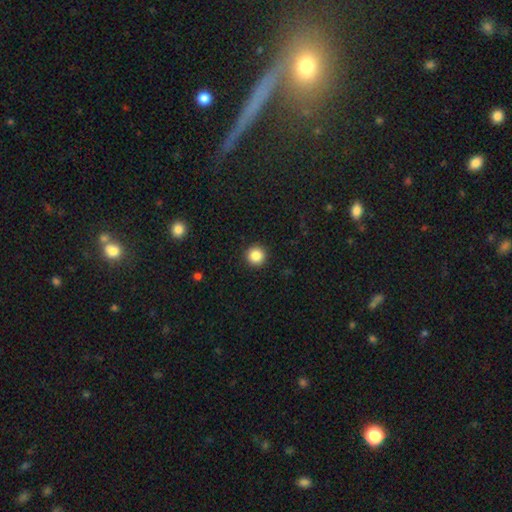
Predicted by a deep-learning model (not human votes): Overall: smooth (86%). How rounded: round (96%). Merging: none (93%).